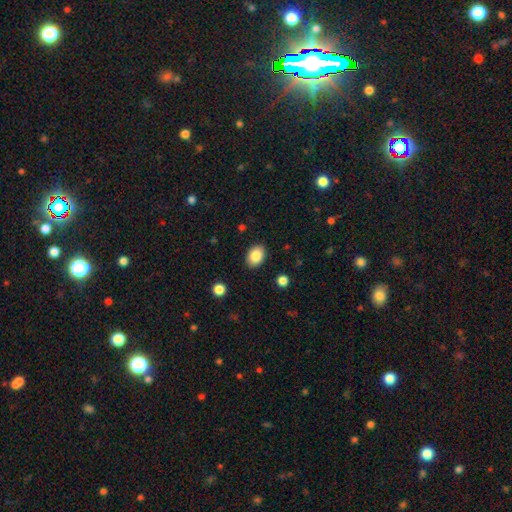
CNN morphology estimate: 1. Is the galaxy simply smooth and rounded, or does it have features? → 87% smooth, 8% star or artifact, 5% featured or disk.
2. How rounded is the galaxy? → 74% in between, 26% round, 1% cigar-shaped.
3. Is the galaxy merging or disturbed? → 88% none, 9% minor disturbance, 2% major disturbance, 1% merger.